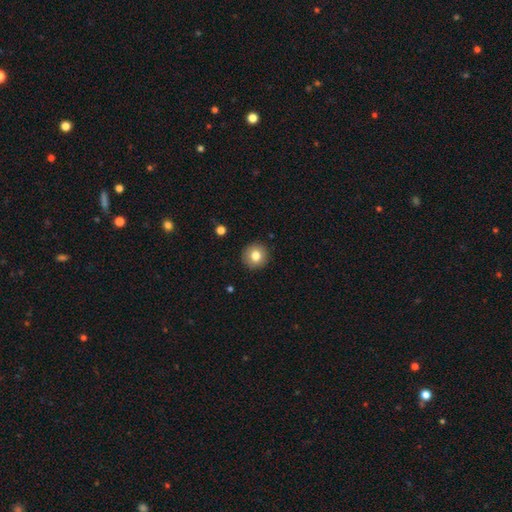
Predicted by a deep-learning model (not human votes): Smooth or featured?
  - smooth: 80% *
  - featured or disk: 10%
  - star or artifact: 10%
How rounded?
  - round: 94% *
  - in between: 5%
  - cigar-shaped: 1%
Merging?
  - none: 92% *
  - minor disturbance: 6%
  - major disturbance: 2%
  - merger: 1%